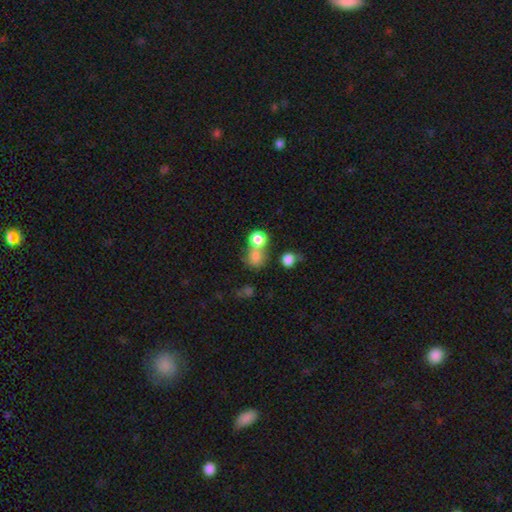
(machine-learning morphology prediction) A smooth galaxy with no disk features (75%) that is round (74%). Merging: none (46%).